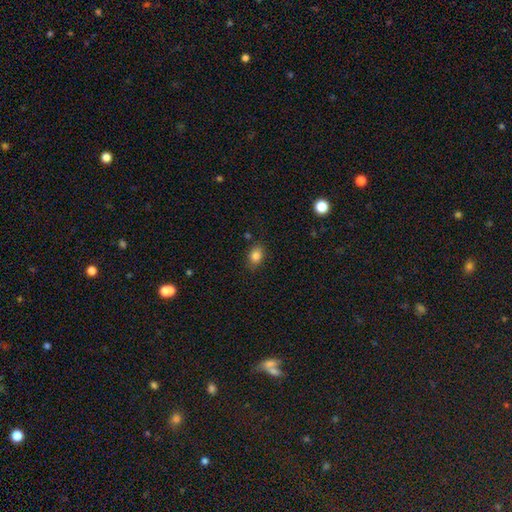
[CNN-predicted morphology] Q: Smooth or featured?
A: smooth (83%); runner-up: star or artifact (11%)
Q: How rounded?
A: in between (70%); runner-up: round (29%)
Q: Merging?
A: none (82%); runner-up: minor disturbance (13%)